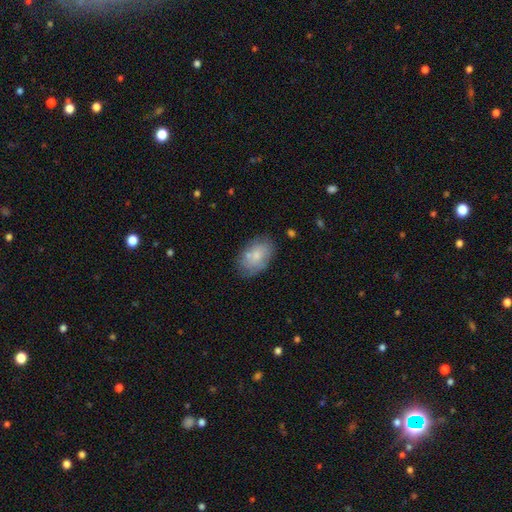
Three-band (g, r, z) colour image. It shows a smooth galaxy with no disk features (62%) that is in between round and cigar-shaped (92%). Merging: none (79%).